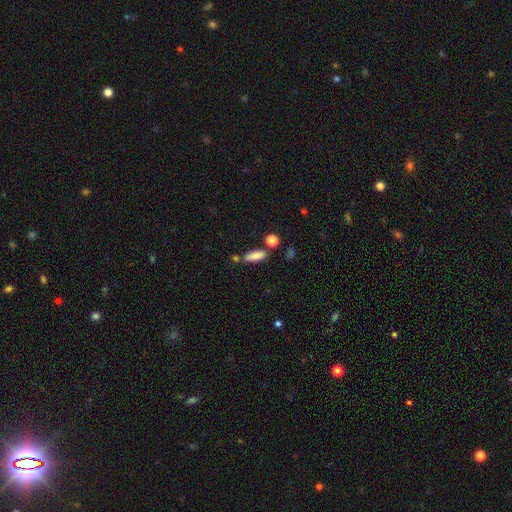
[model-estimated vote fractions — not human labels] This is clearly a smooth galaxy (84%). How rounded: possibly in between (59%). Merging: likely none (71%).